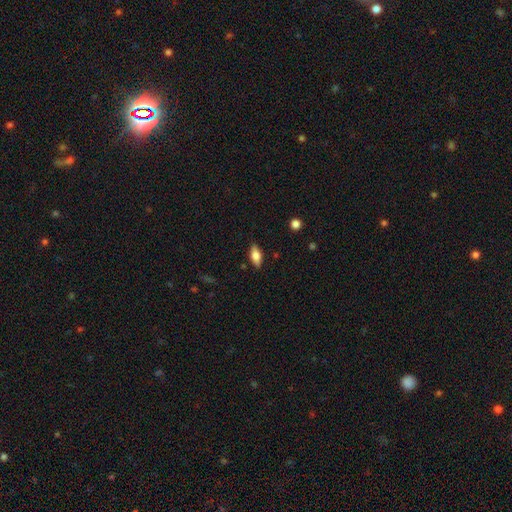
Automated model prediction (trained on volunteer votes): This is likely a smooth galaxy (68%). How rounded: clearly in between (82%). Merging: clearly none (86%).